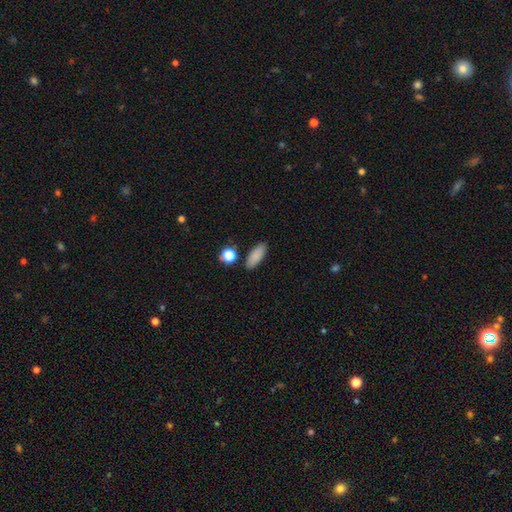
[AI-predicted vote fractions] This appears to be a smooth galaxy with no disk features (86%) that is in between round and cigar-shaped (77%). Merging: none (85%).